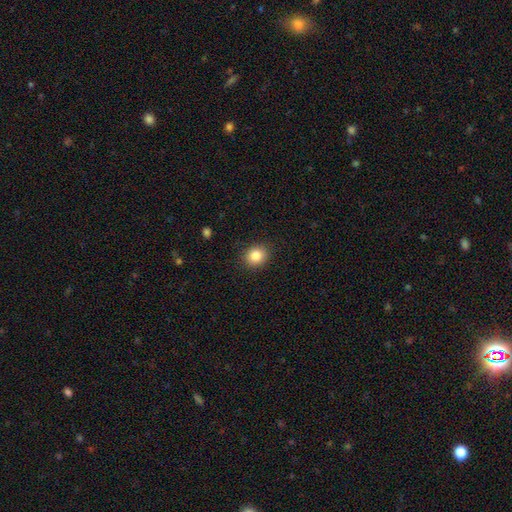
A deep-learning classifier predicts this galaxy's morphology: Smooth or featured? smooth (84%)
How rounded? round (75%)
Merging? none (89%)